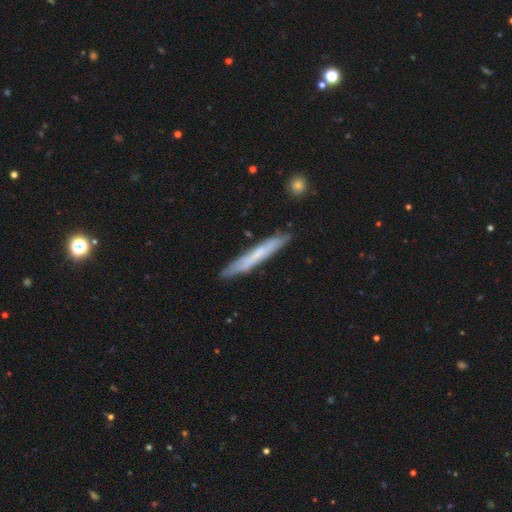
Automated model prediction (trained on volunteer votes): This is possibly a smooth galaxy (49%). Merging: clearly none (87%).